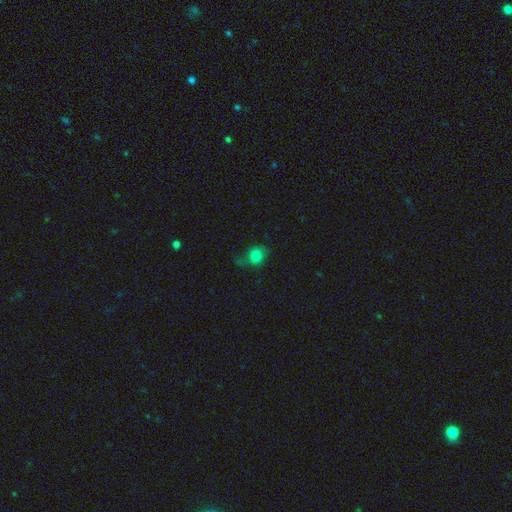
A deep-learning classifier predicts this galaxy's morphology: A smooth galaxy with no disk features (76%) that is round (64%). Merging: none (45%).